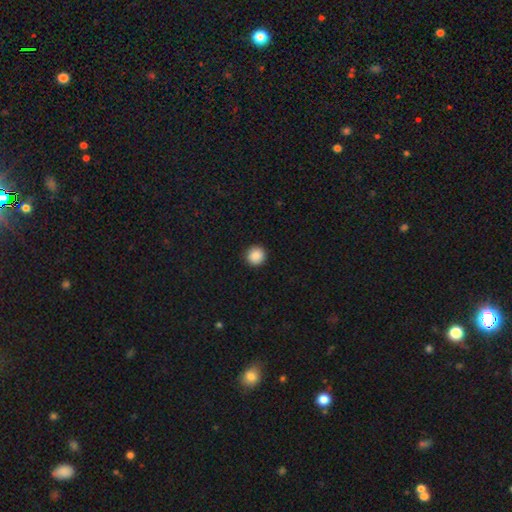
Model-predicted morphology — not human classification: type=smooth (89%); roundness=round (94%); merging=none (93%).